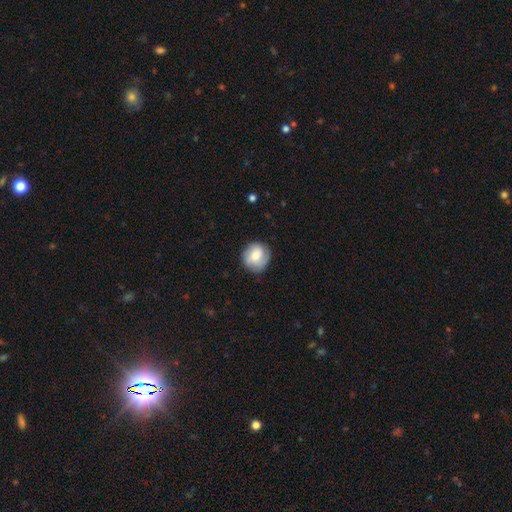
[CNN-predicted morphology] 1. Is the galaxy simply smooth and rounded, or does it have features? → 70% smooth, 23% featured or disk, 7% star or artifact.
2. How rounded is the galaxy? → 89% round, 10% in between, 1% cigar-shaped.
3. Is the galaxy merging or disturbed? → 82% none, 14% minor disturbance, 3% major disturbance, 1% merger.